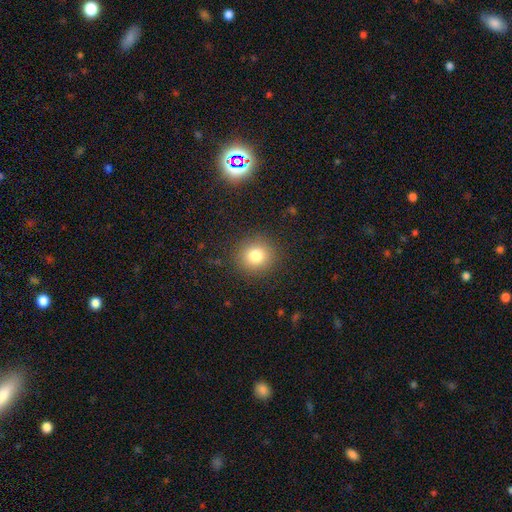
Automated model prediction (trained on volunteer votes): A smooth galaxy with no disk features (80%) that is round (88%). Merging: none (89%).